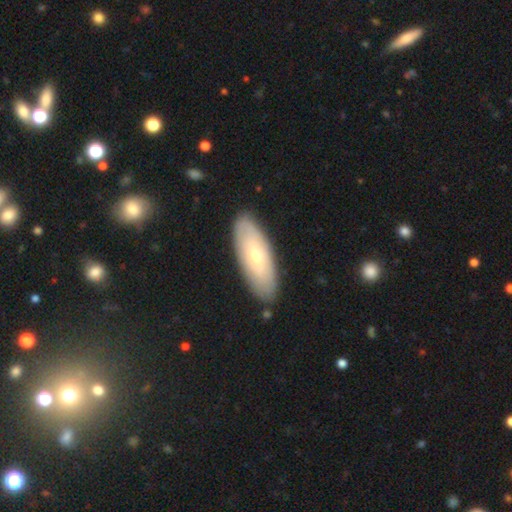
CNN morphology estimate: smooth 55%, featured or disk 39%, star or artifact 5%. Down the decision tree: how rounded — in between (73%); merging — none (86%).